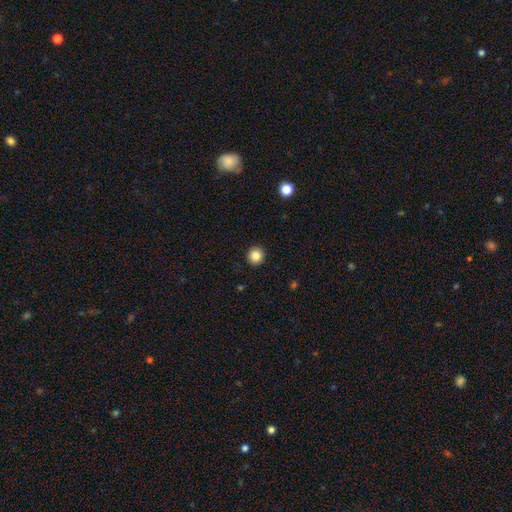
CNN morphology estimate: smooth 85%, star or artifact 10%, featured or disk 5%. Down the decision tree: how rounded — round (94%); merging — none (93%).